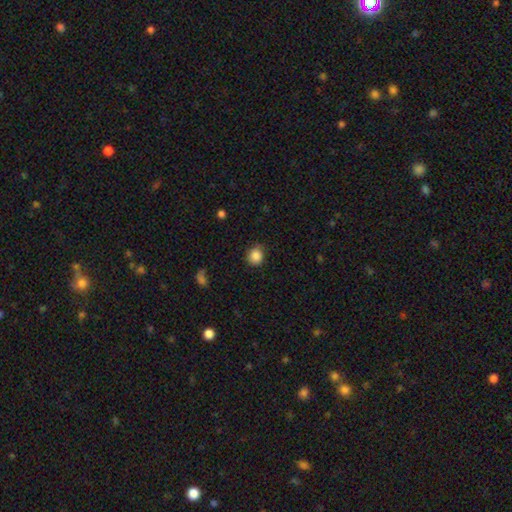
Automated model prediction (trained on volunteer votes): Overall: smooth (86%). How rounded: round (78%). Merging: none (80%).